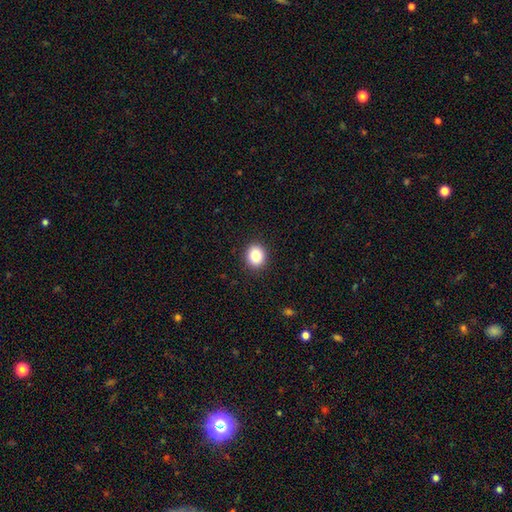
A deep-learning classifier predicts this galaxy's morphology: A smooth galaxy with no disk features (87%) that is round (70%).

Vote fractions:
- Smooth or featured? smooth: 87% / star or artifact: 9% / featured or disk: 4%
- How rounded? round: 70% / in between: 29% / cigar-shaped: 1%
- Merging? none: 90% / minor disturbance: 7% / major disturbance: 2% / merger: 1%